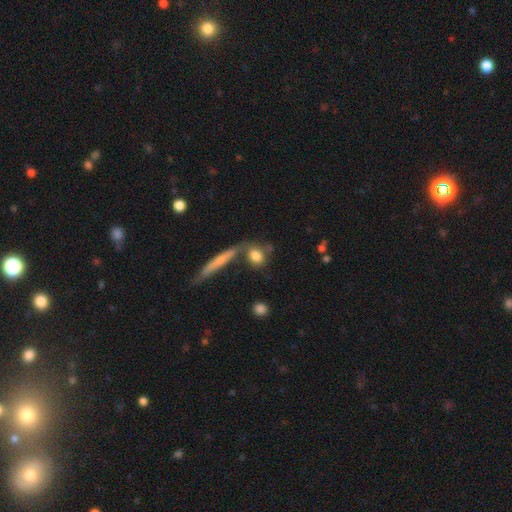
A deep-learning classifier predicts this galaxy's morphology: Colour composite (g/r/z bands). It shows a smooth galaxy with no disk features (75%) that is in between round and cigar-shaped (45%). Merging: none (51%).